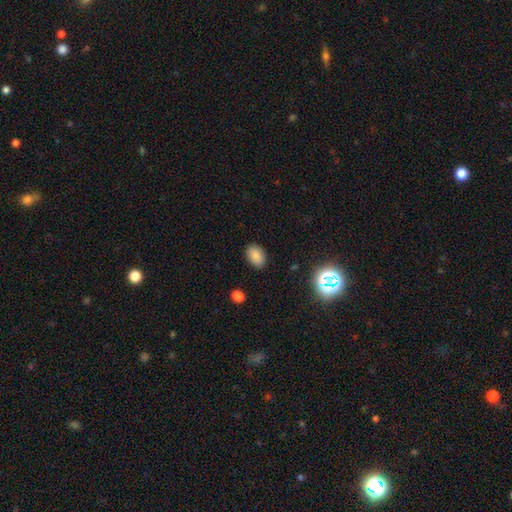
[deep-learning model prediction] smooth-or-featured: smooth: 84% | star or artifact: 11% | featured or disk: 6%
  how-rounded: in between: 86% | round: 13% | cigar-shaped: 1%
  merging: none: 86% | minor disturbance: 11% | major disturbance: 3% | merger: 1%